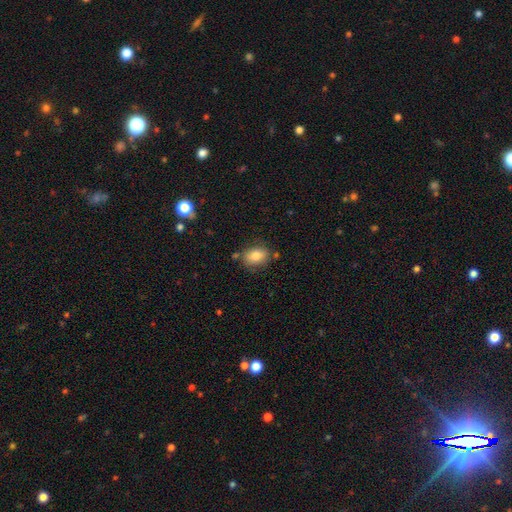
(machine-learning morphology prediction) A smooth galaxy with no disk features (80%) that is in between round and cigar-shaped (71%). Merging: none (75%).